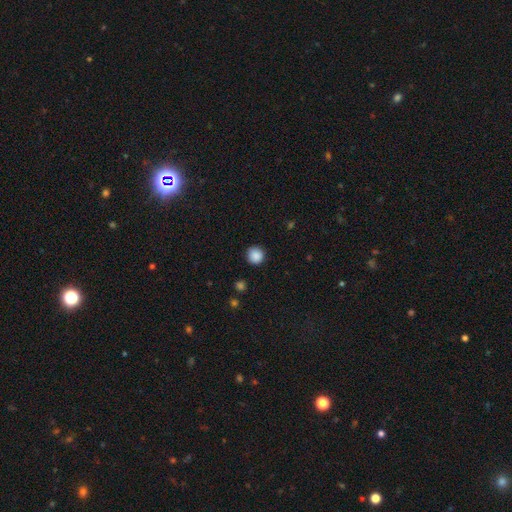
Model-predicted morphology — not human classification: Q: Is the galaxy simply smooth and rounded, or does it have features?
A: smooth — 88%.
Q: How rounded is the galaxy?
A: round — 94%.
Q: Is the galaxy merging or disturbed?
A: none — 89%.